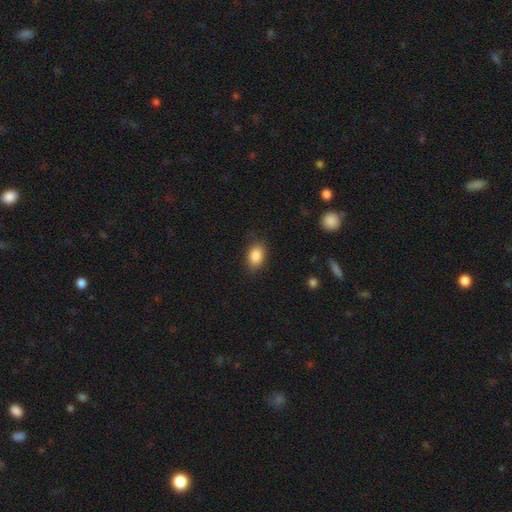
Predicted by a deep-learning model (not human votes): Overall: smooth (86%). How rounded: in between (85%). Merging: none (85%).